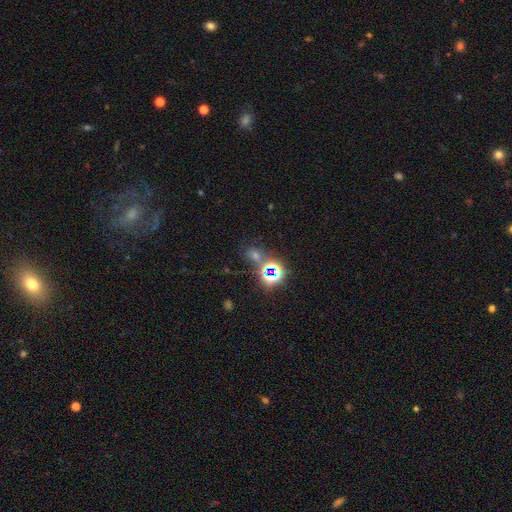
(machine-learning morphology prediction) smooth-or-featured: star or artifact: 64% | smooth: 27% | featured or disk: 9%